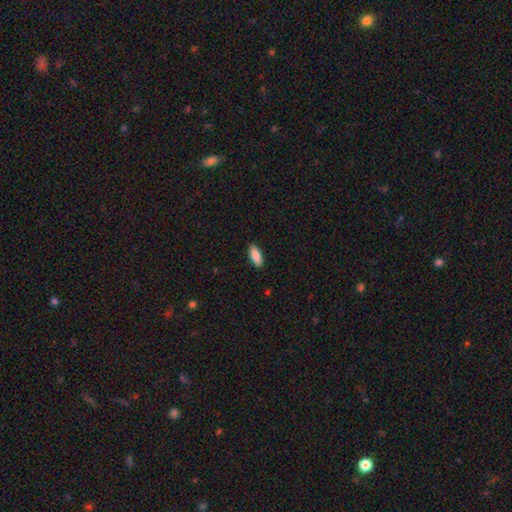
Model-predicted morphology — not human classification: Smooth or featured: smooth — 88% (featured or disk — 6%)
How rounded: in between — 79% (cigar-shaped — 19%)
Merging: none — 90% (minor disturbance — 7%)